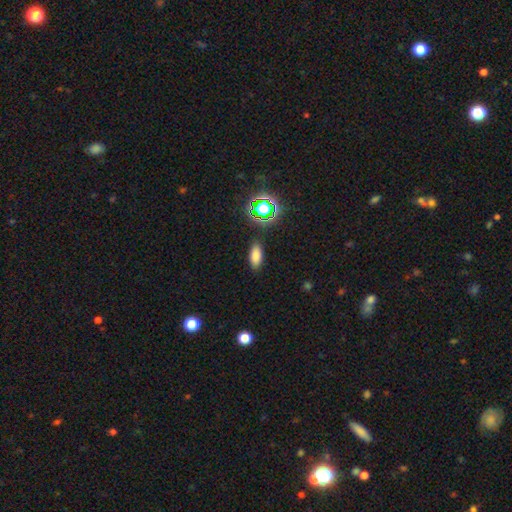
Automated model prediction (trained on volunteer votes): smooth_or_featured: smooth (p=0.76) [alt: star or artifact p=0.17]
how_rounded: in between (p=0.84) [alt: cigar-shaped p=0.11]
merging: none (p=0.87) [alt: minor disturbance p=0.08]